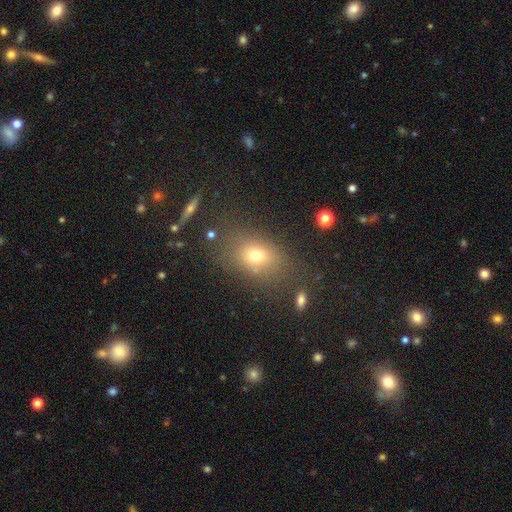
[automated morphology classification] Smooth or featured?
  - smooth: 69% *
  - star or artifact: 17%
  - featured or disk: 14%
How rounded?
  - in between: 68% *
  - round: 30%
  - cigar-shaped: 3%
Merging?
  - none: 72% *
  - minor disturbance: 15%
  - major disturbance: 7%
  - merger: 6%